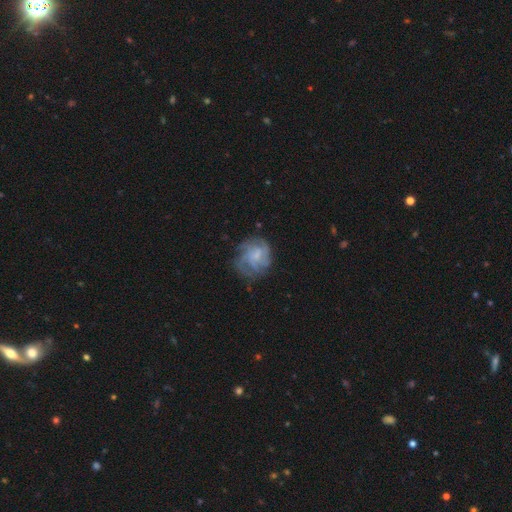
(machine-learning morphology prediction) Smooth or featured?
  - featured or disk: 66% *
  - smooth: 25%
  - star or artifact: 8%
Edge-on disk?
  - no: 98% *
  - yes: 2%
Bar?
  - no: 65% *
  - weak: 31%
  - strong: 4%
Spiral arms?
  - yes: 87% *
  - no: 13%
Spiral winding?
  - tight: 44% *
  - medium: 40%
  - loose: 17%
Spiral arm count?
  - can't tell: 37% *
  - 4: 23%
  - 3: 18%
  - 2: 9%
  - more than 4: 7%
  - 1: 6%
Bulge size?
  - small: 35% *
  - none: 33%
  - moderate: 26%
  - large: 5%
  - dominant: 1%
Merging?
  - none: 65% *
  - minor disturbance: 20%
  - major disturbance: 13%
  - merger: 2%